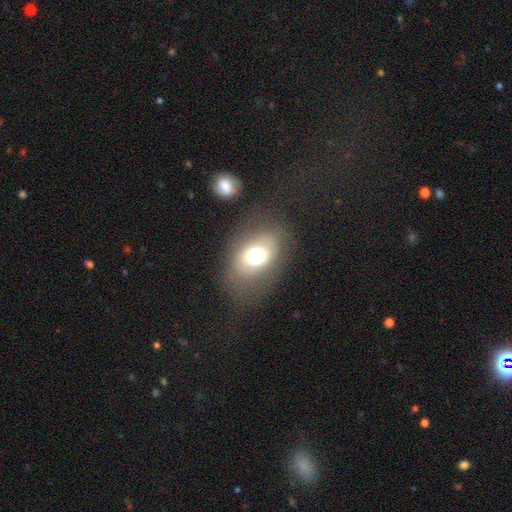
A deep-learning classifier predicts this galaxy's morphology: This appears to be a smooth galaxy with no disk features (65%) that is in between round and cigar-shaped (73%). Merging: none (70%).